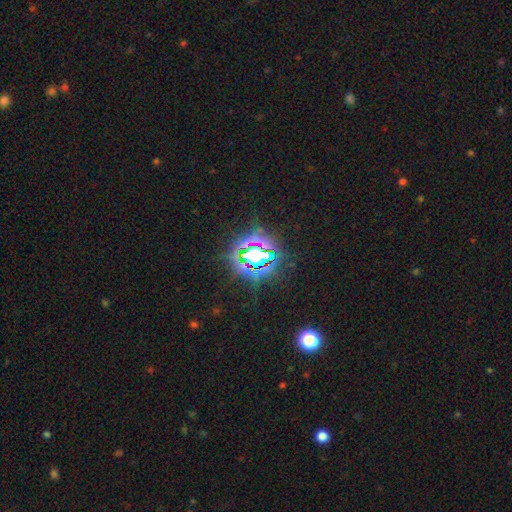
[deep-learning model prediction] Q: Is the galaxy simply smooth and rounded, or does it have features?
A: star or artifact — 76%.